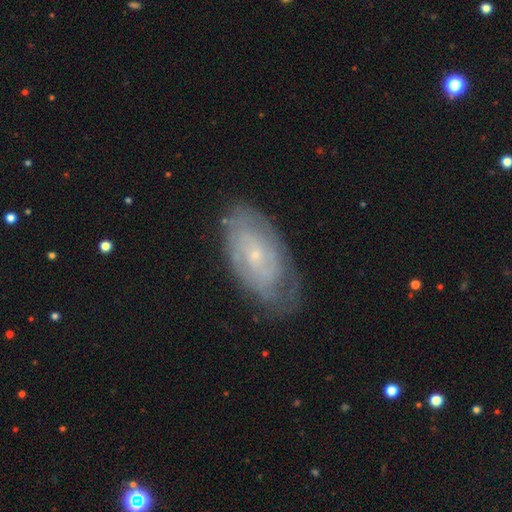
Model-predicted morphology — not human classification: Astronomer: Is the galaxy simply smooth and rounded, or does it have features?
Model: featured or disk — 71%.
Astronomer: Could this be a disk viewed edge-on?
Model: no — 94%.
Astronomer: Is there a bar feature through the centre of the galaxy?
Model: no — 69%.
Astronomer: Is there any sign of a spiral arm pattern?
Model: yes — 81%.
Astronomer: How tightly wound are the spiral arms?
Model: tight — 67%.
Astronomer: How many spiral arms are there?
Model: can't tell — 57%.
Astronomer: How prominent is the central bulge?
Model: small — 79%.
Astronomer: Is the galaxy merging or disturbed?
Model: none — 72%.